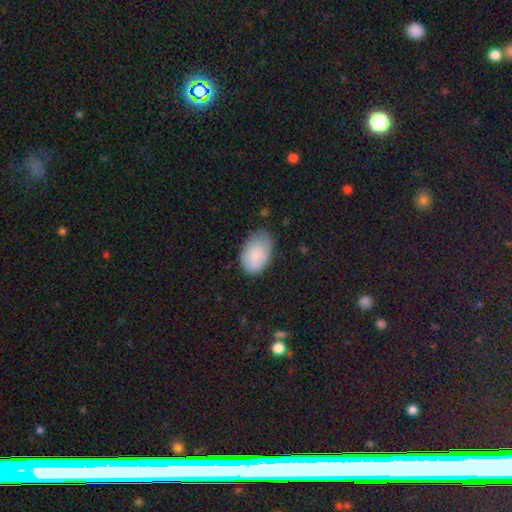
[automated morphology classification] type=smooth (79%); roundness=in between (89%); merging=none (61%).